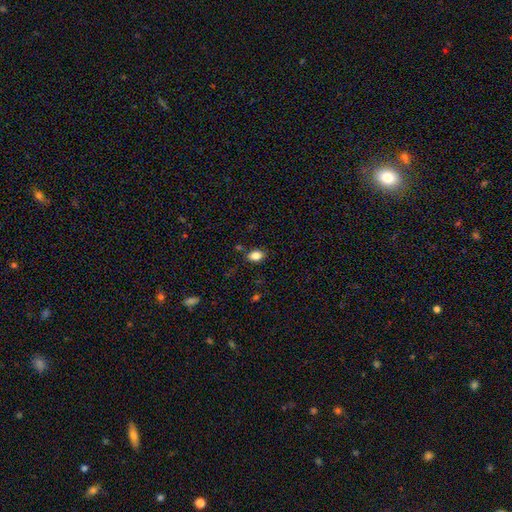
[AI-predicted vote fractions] Overall: smooth (84%). How rounded: in between (82%). Merging: none (82%).